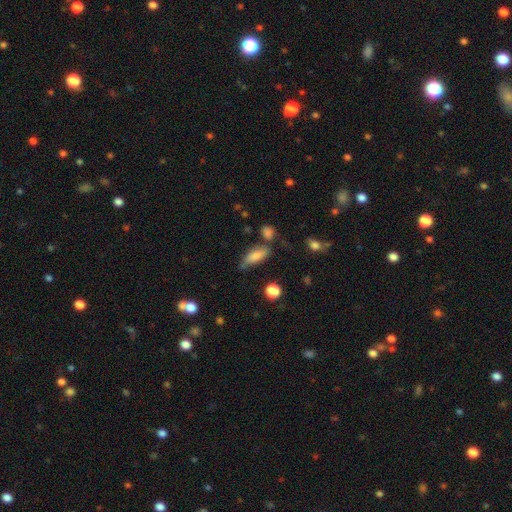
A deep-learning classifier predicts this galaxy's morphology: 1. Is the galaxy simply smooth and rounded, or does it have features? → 77% smooth, 15% featured or disk, 8% star or artifact.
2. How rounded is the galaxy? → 70% in between, 27% cigar-shaped, 3% round.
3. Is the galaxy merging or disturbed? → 55% none, 27% minor disturbance, 10% merger, 9% major disturbance.